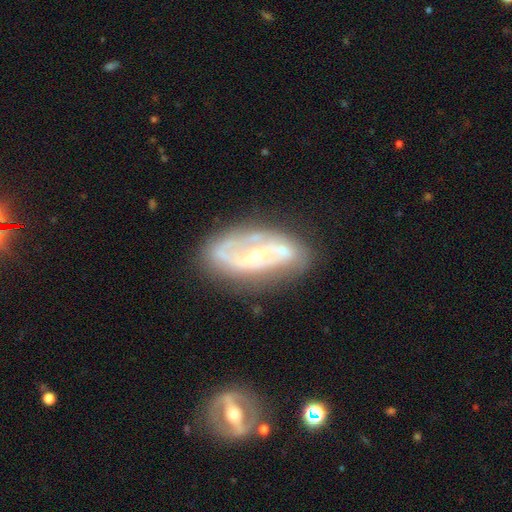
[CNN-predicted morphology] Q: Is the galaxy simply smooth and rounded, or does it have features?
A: featured or disk — 79%.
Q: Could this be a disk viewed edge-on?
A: no — 92%.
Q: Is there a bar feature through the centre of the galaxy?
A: weak — 39%.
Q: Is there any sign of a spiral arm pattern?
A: yes — 81%.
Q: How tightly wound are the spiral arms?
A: medium — 41%.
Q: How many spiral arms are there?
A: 2 — 62%.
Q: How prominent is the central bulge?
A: small — 59%.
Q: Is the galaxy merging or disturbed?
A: none — 65%.